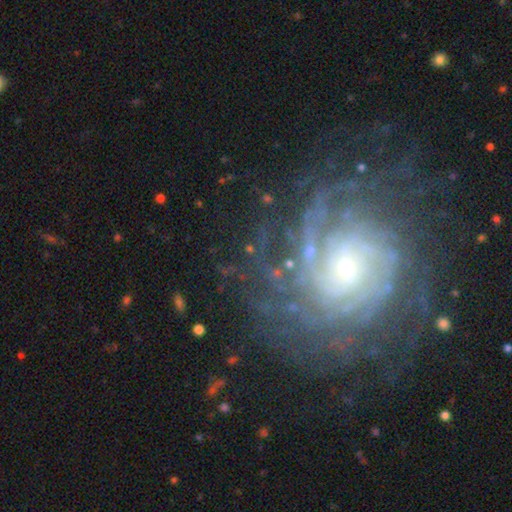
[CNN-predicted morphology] Smooth or featured? featured or disk (84%)
Edge-on disk? no (97%)
Bar? no (68%)
Spiral arms? yes (96%)
Spiral winding? tight (74%)
Spiral arm count? can't tell (35%)
Bulge size? small (70%)
Merging? none (76%)